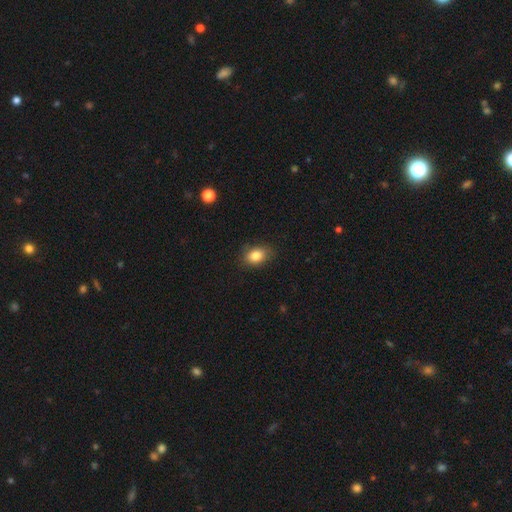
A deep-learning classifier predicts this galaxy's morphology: Q: Smooth or featured?
A: smooth (84%); runner-up: star or artifact (9%)
Q: How rounded?
A: in between (71%); runner-up: round (27%)
Q: Merging?
A: none (81%); runner-up: minor disturbance (15%)